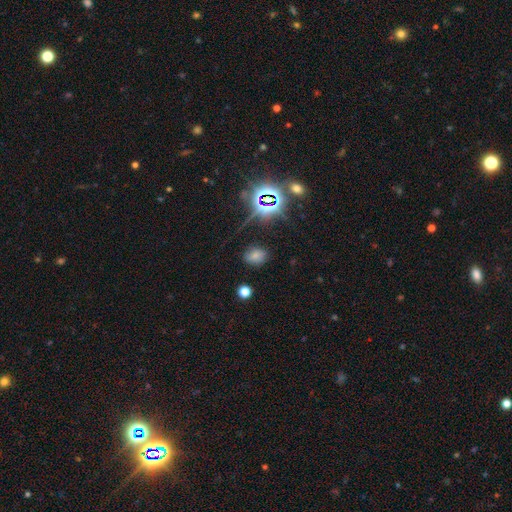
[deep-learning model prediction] smooth_or_featured: smooth (p=0.62) [alt: star or artifact p=0.28]
how_rounded: in between (p=0.68) [alt: round p=0.31]
merging: none (p=0.79) [alt: minor disturbance p=0.14]